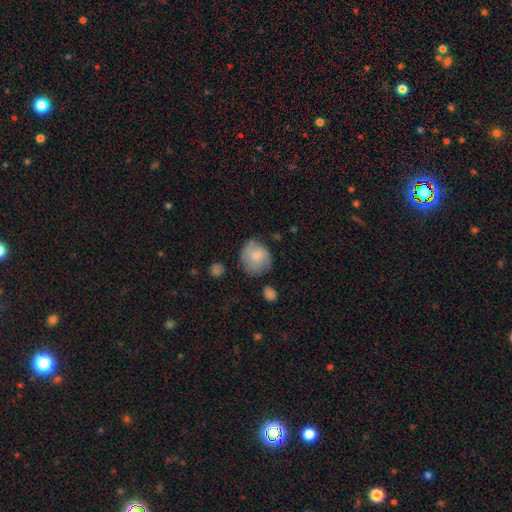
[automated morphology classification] A smooth galaxy with no disk features (78%) that is round (80%). Merging: none (64%).